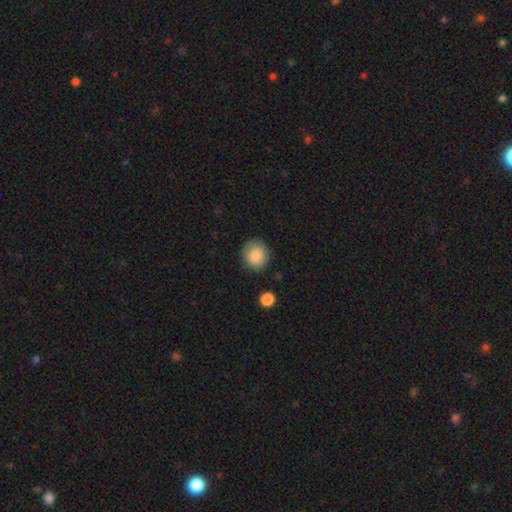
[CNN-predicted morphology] Overall: smooth (87%). How rounded: round (81%). Merging: none (83%).